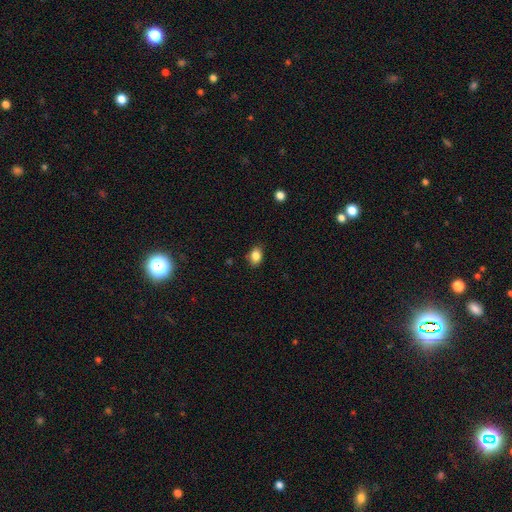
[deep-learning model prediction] Smooth or featured: smooth — 85% (star or artifact — 9%)
How rounded: in between — 75% (round — 24%)
Merging: none — 84% (minor disturbance — 12%)